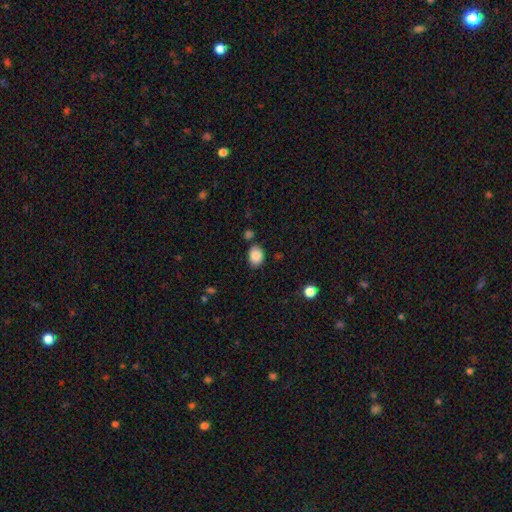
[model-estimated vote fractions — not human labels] Morphology: type=smooth (87%); roundness=in between (63%); merging=none (76%).